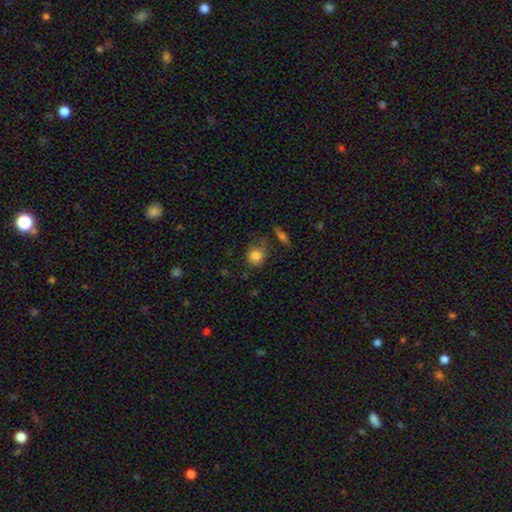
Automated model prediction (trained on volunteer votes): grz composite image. It shows a smooth galaxy with no disk features (82%) that is round (72%). Merging: none (58%).